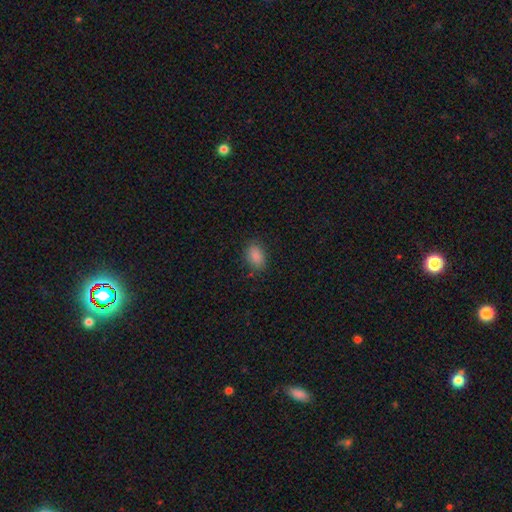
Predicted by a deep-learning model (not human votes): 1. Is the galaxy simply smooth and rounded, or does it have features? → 87% smooth, 9% star or artifact, 4% featured or disk.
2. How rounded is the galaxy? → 85% in between, 13% round, 2% cigar-shaped.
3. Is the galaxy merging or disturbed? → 81% none, 14% minor disturbance, 4% major disturbance, 1% merger.